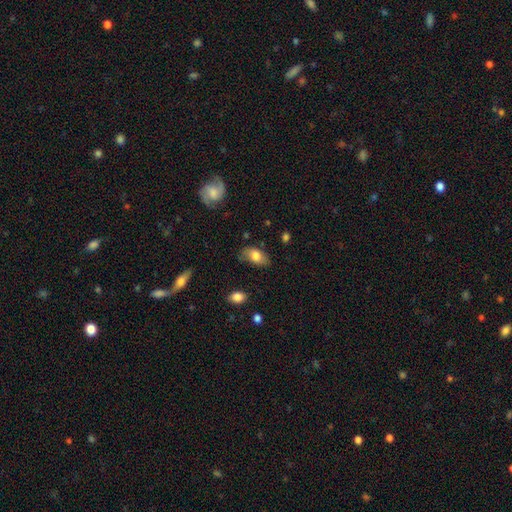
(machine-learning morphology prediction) smooth-or-featured: smooth: 75% | featured or disk: 18% | star or artifact: 7%
  how-rounded: in between: 91% | round: 6% | cigar-shaped: 2%
  merging: none: 67% | minor disturbance: 25% | major disturbance: 7% | merger: 2%